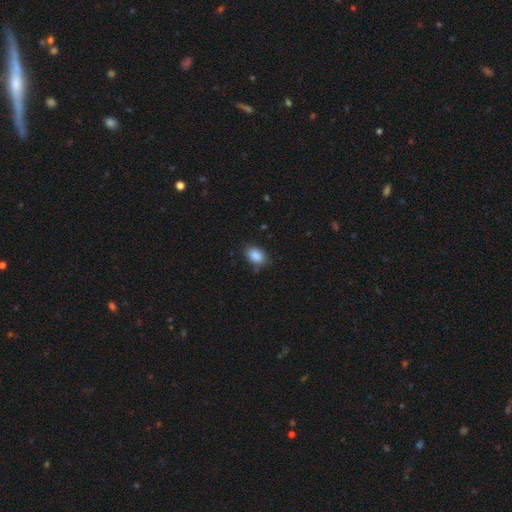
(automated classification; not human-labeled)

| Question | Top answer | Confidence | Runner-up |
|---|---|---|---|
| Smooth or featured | smooth | 88% | star or artifact (8%) |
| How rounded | in between | 83% | round (15%) |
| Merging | none | 81% | minor disturbance (14%) |